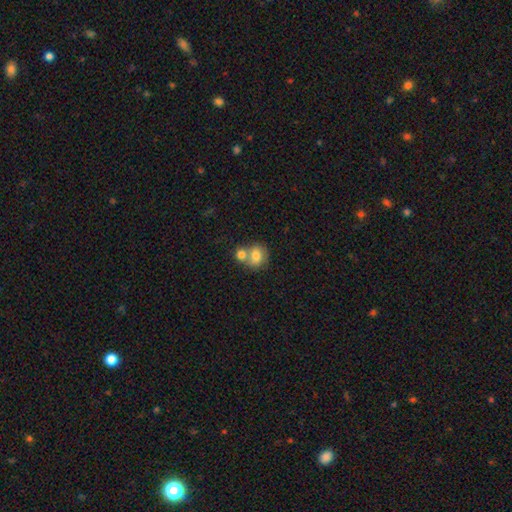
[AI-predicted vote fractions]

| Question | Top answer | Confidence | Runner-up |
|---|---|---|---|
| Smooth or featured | smooth | 76% | featured or disk (16%) |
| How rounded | round | 65% | in between (34%) |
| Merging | merger | 56% | none (32%) |